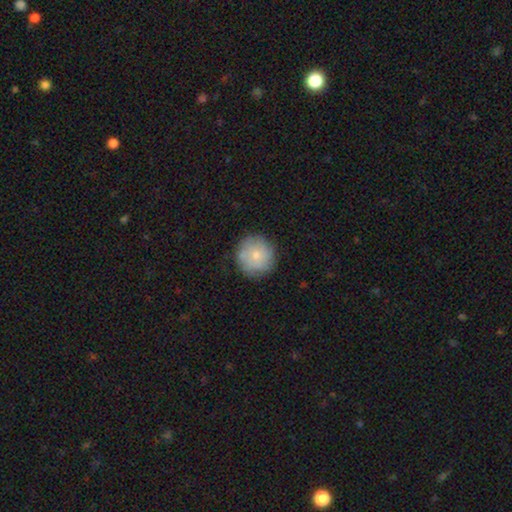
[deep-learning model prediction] Morphology: type=smooth (72%); roundness=round (94%); merging=none (81%).